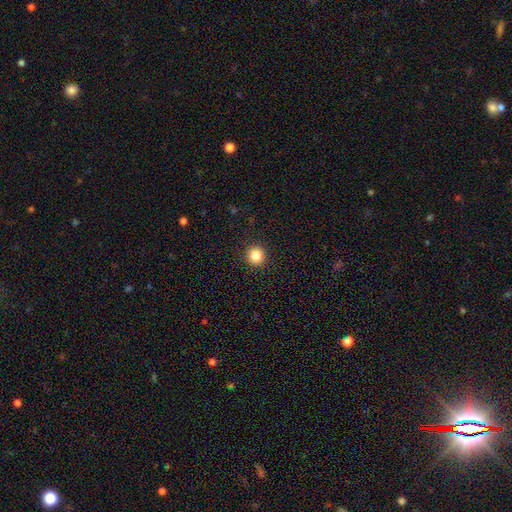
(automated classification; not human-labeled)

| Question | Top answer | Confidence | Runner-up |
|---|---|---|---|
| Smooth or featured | smooth | 85% | star or artifact (10%) |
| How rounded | round | 94% | in between (5%) |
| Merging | none | 92% | minor disturbance (5%) |